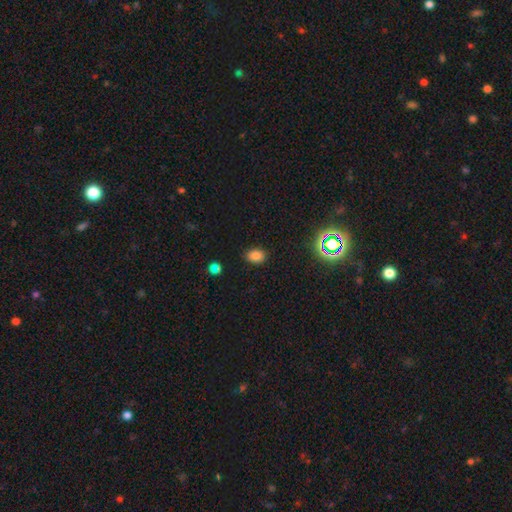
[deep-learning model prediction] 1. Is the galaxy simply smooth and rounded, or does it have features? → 80% smooth, 15% star or artifact, 6% featured or disk.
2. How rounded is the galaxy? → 74% in between, 25% round, 1% cigar-shaped.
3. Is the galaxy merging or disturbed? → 86% none, 10% minor disturbance, 3% major disturbance, 2% merger.